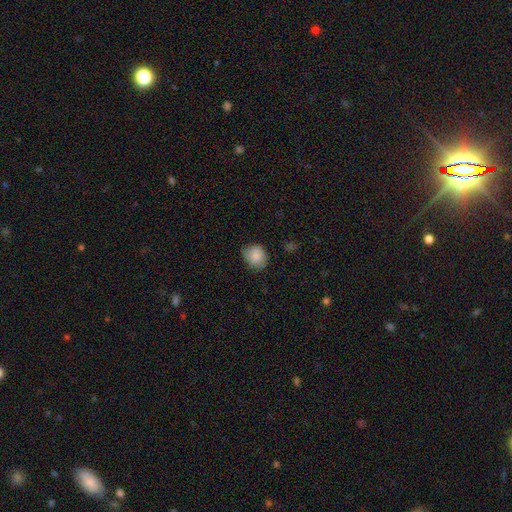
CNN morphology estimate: The model was most divided on "how rounded": round: 67%, in between: 32%, cigar-shaped: 1%. More confident: smooth or featured — smooth (84%); merging — none (73%).